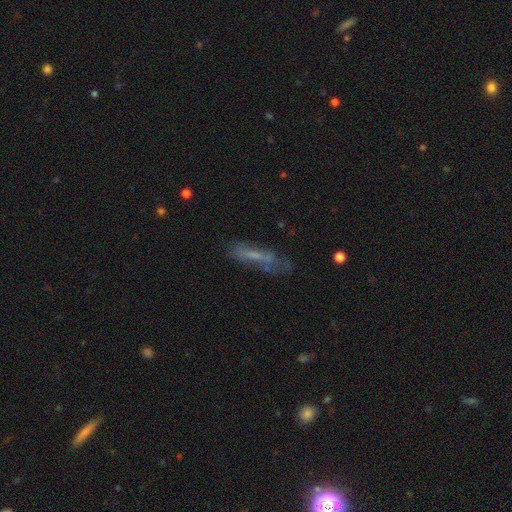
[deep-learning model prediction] Smooth or featured? smooth (44%, tied with featured or disk)
Merging? none (55%)